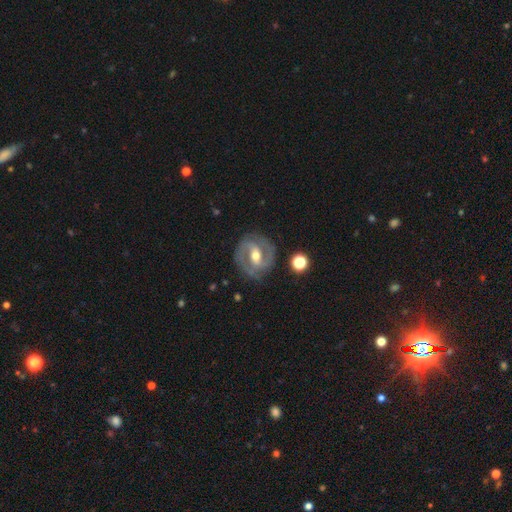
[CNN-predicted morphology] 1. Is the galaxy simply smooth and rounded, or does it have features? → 85% featured or disk, 10% smooth, 5% star or artifact.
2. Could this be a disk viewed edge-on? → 97% no, 3% yes.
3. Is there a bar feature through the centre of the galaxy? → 42% weak, 41% strong, 17% no.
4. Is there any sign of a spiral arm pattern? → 94% yes, 6% no.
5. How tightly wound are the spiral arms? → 50% medium, 39% tight, 11% loose.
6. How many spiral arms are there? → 89% 2, 5% can't tell, 3% 3, 2% 1, 1% 4, 1% more than 4.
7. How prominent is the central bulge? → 71% moderate, 21% small, 6% large, 1% none, 1% dominant.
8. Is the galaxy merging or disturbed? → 82% none, 12% minor disturbance, 4% major disturbance, 2% merger.